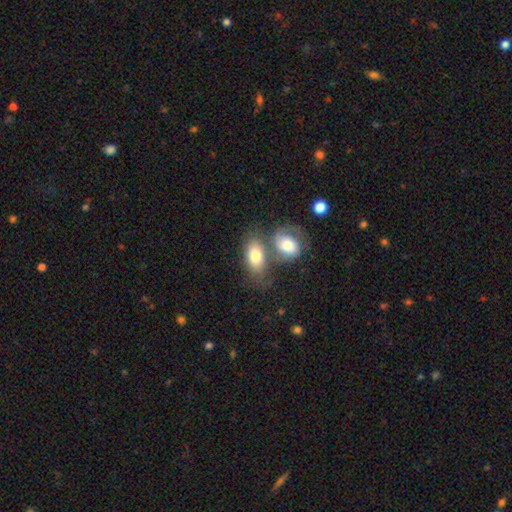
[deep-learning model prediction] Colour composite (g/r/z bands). It shows a smooth galaxy with no disk features (71%) that is in between round and cigar-shaped (89%). Merging: merger (46%).